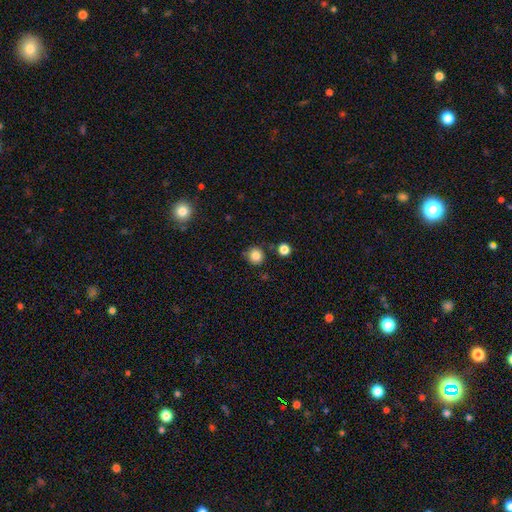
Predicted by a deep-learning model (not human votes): smooth_or_featured: smooth (p=0.84) [alt: star or artifact p=0.11]
how_rounded: round (p=0.94) [alt: in between p=0.06]
merging: none (p=0.85) [alt: minor disturbance p=0.08]